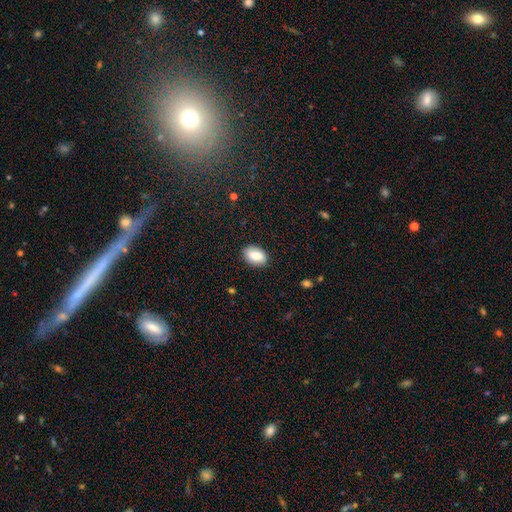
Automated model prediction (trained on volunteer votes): This appears to be a smooth galaxy with no disk features (84%) that is in between round and cigar-shaped (89%). Merging: none (86%).